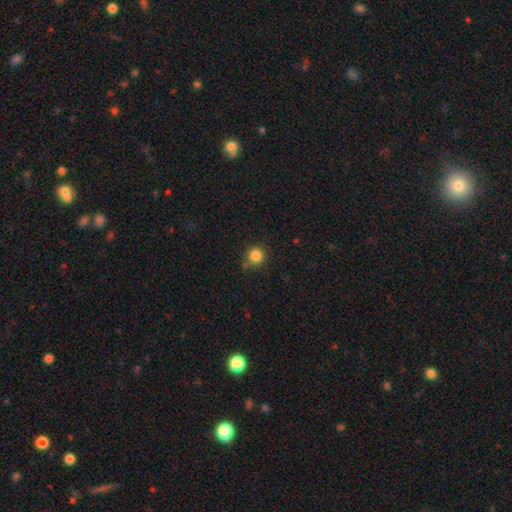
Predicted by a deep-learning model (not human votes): smooth_or_featured: smooth (p=0.84) [alt: star or artifact p=0.12]
how_rounded: round (p=0.93) [alt: in between p=0.06]
merging: none (p=0.79) [alt: minor disturbance p=0.11]